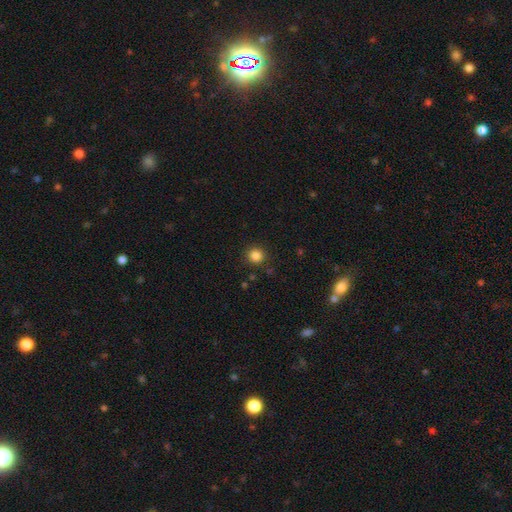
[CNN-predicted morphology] The model was most divided on "smooth or featured": smooth: 84%, star or artifact: 12%, featured or disk: 4%. More confident: how rounded — round (92%); merging — none (89%).